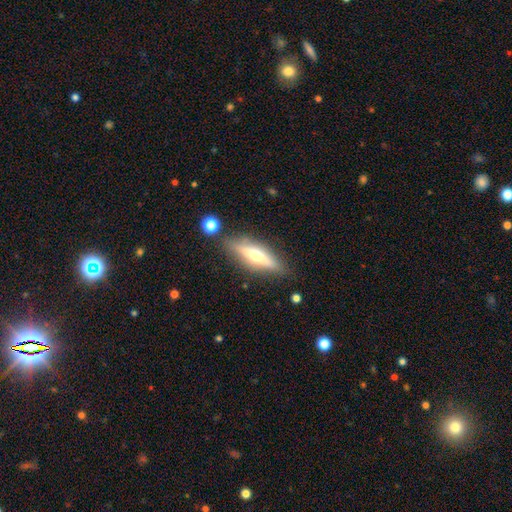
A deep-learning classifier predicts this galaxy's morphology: Smooth or featured?
  - featured or disk: 56% *
  - smooth: 37%
  - star or artifact: 7%
Edge-on disk?
  - yes: 91% *
  - no: 9%
Edge-on bulge?
  - rounded: 88% *
  - none: 7%
  - boxy: 6%
Merging?
  - none: 83% *
  - minor disturbance: 11%
  - major disturbance: 3%
  - merger: 3%